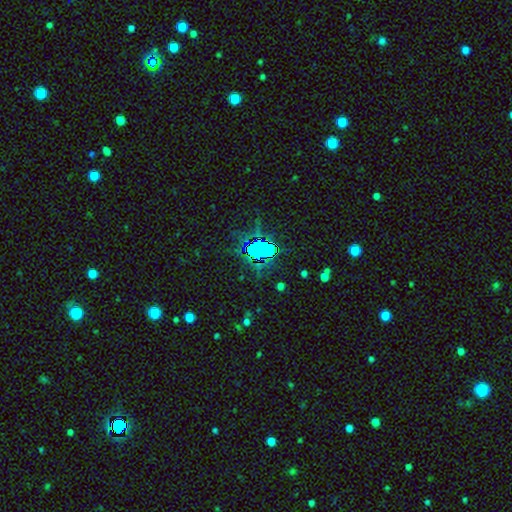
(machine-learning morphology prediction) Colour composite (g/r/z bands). It shows a star or artifact, not a galaxy (64%).